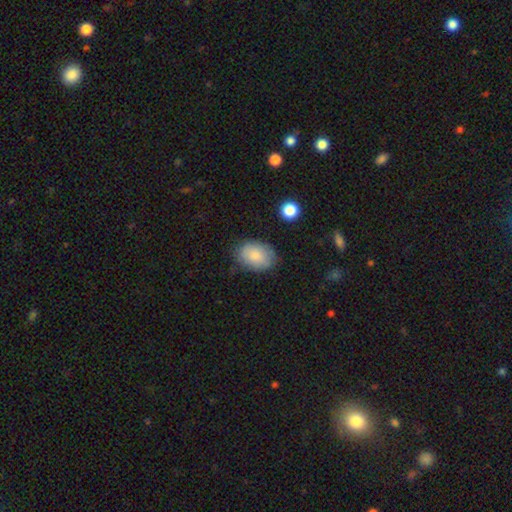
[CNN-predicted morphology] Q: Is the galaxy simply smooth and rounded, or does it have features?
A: smooth — 80%.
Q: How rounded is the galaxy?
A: in between — 79%.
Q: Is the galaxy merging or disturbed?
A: none — 73%.